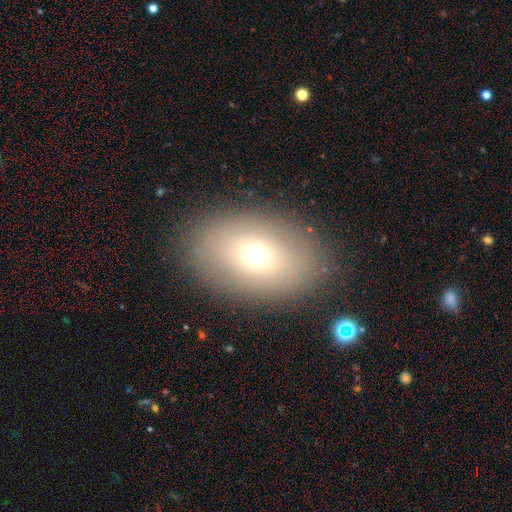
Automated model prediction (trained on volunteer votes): A smooth galaxy with no disk features (67%) that is in between round and cigar-shaped (83%). Merging: none (86%).